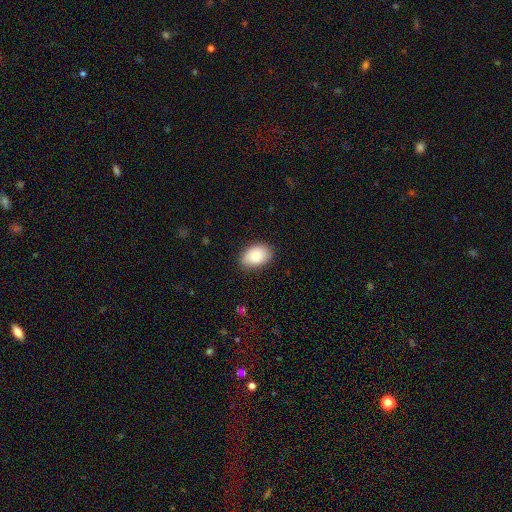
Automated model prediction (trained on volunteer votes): Smooth or featured: smooth — 87% (featured or disk — 6%)
How rounded: in between — 89% (round — 10%)
Merging: none — 83% (minor disturbance — 13%)